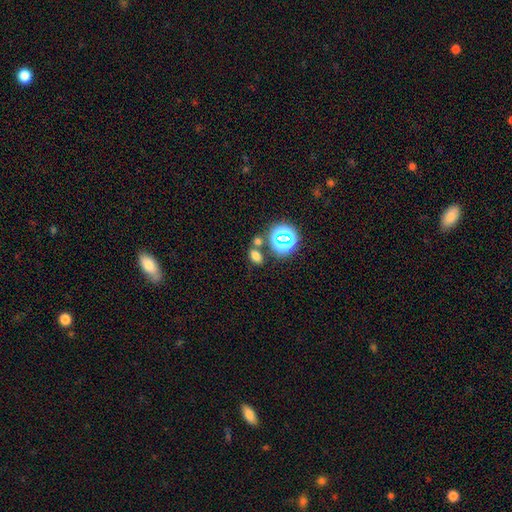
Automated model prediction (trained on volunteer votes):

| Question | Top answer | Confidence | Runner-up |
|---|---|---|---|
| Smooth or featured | smooth | 69% | star or artifact (23%) |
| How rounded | in between | 77% | round (21%) |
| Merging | none | 64% | merger (22%) |